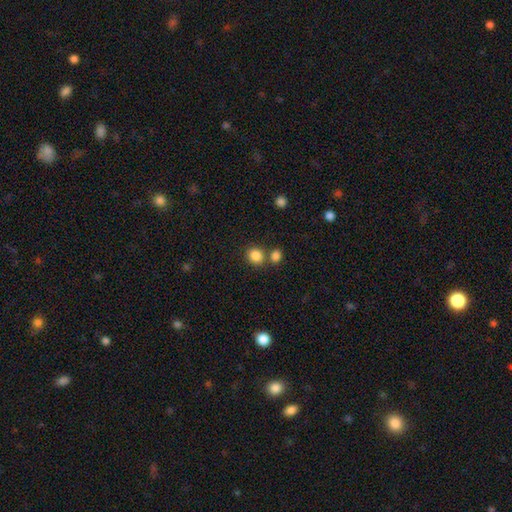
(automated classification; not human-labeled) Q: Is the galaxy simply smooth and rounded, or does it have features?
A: smooth — 85%.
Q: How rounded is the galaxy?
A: round — 77%.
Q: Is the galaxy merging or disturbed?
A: none — 65%.